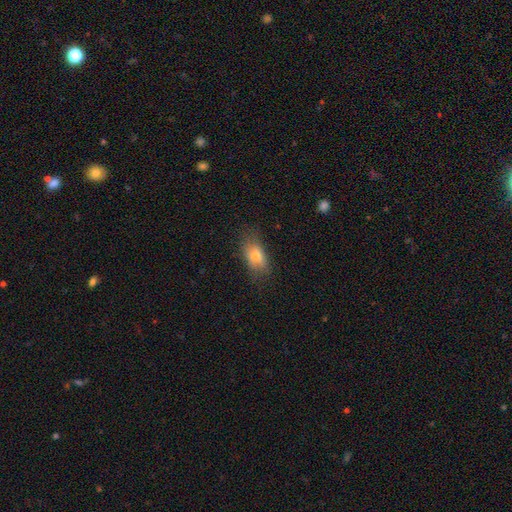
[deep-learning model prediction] A smooth galaxy with no disk features (75%) that is in between round and cigar-shaped (84%).

Vote fractions:
- Smooth or featured? smooth: 75% / featured or disk: 16% / star or artifact: 10%
- How rounded? in between: 84% / round: 10% / cigar-shaped: 6%
- Merging? none: 68% / minor disturbance: 23% / major disturbance: 8% / merger: 1%